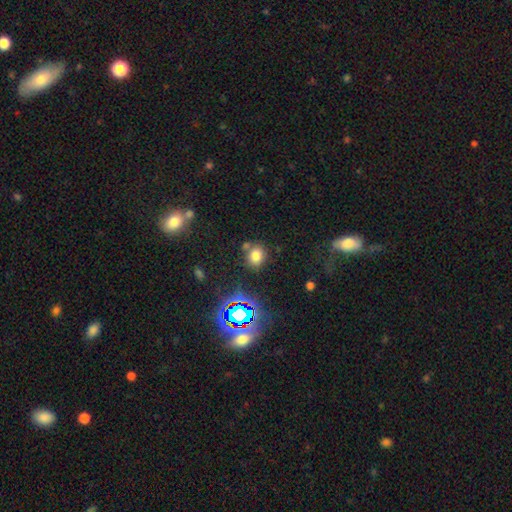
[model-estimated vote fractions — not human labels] smooth 72%, star or artifact 21%, featured or disk 8%. Down the decision tree: how rounded — round (67%); merging — none (70%).